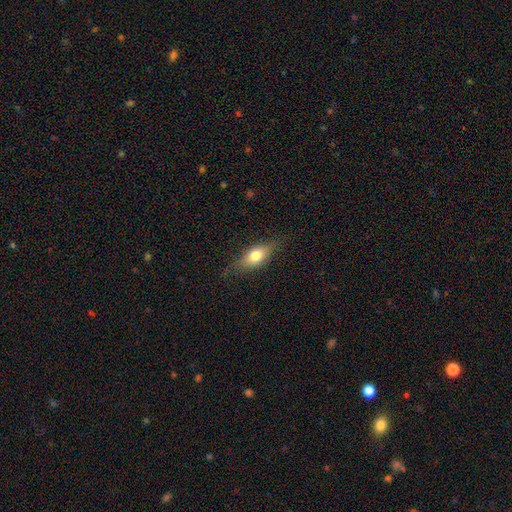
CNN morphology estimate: smooth 69%, featured or disk 23%, star or artifact 8%. Down the decision tree: how rounded — in between (78%); merging — none (78%).